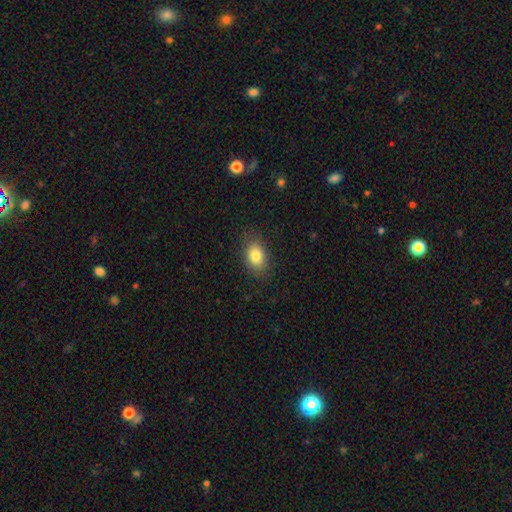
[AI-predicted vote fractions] smooth_or_featured: smooth (p=0.83) [alt: star or artifact p=0.09]
how_rounded: in between (p=0.80) [alt: round p=0.19]
merging: none (p=0.83) [alt: minor disturbance p=0.12]